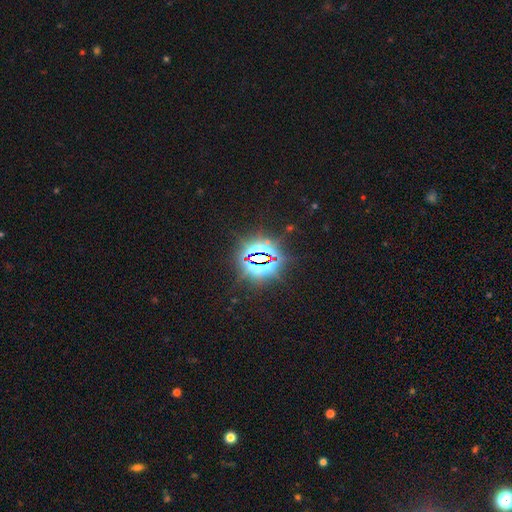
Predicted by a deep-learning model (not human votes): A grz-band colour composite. It shows a star or artifact, not a galaxy (83%).